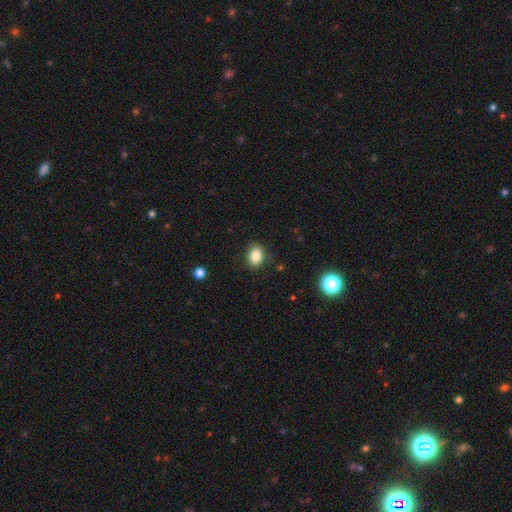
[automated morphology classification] smooth 86%, star or artifact 9%, featured or disk 5%. Down the decision tree: how rounded — in between (64%); merging — none (87%).